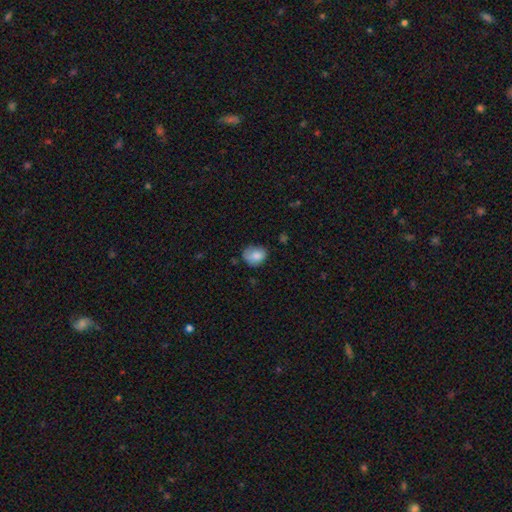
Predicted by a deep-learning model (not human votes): smooth 83%, featured or disk 9%, star or artifact 8%. Down the decision tree: how rounded — in between (54%); merging — none (57%).